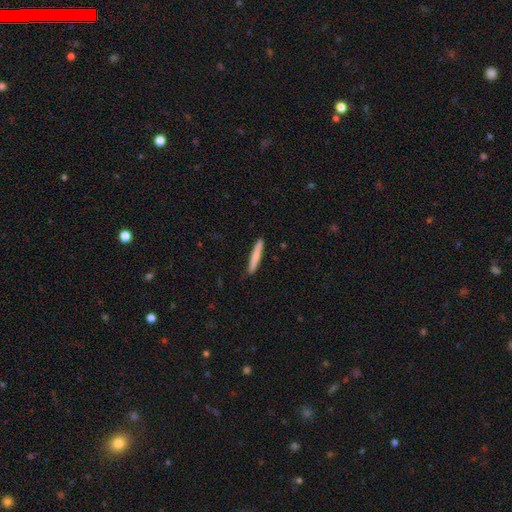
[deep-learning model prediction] Smooth or featured? smooth (77%)
How rounded? cigar-shaped (95%)
Merging? none (90%)